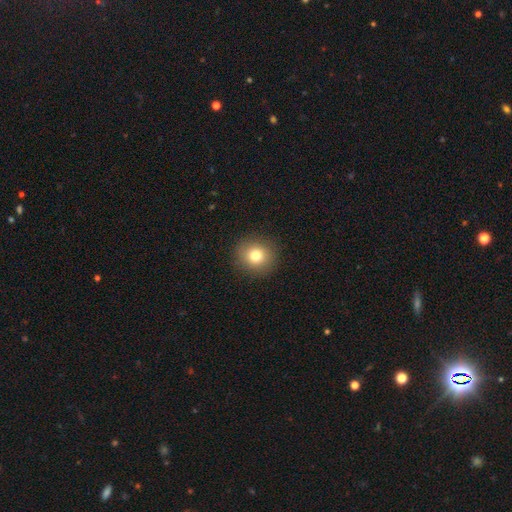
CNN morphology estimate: A smooth galaxy with no disk features (79%) that is round (89%). Merging: none (91%).